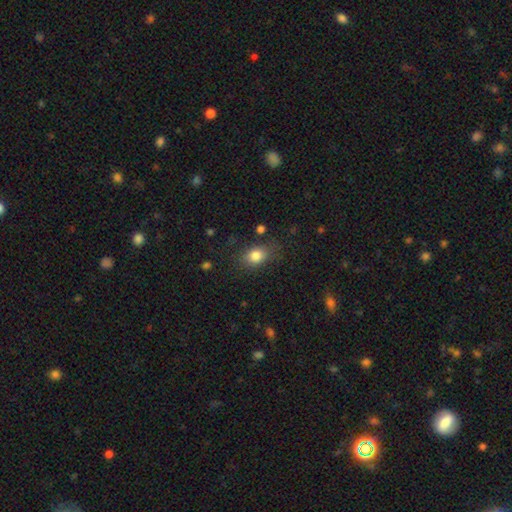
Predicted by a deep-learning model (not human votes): Smooth or featured?
  - smooth: 82% *
  - star or artifact: 10%
  - featured or disk: 8%
How rounded?
  - in between: 63% *
  - round: 35%
  - cigar-shaped: 2%
Merging?
  - none: 74% *
  - minor disturbance: 18%
  - major disturbance: 6%
  - merger: 2%